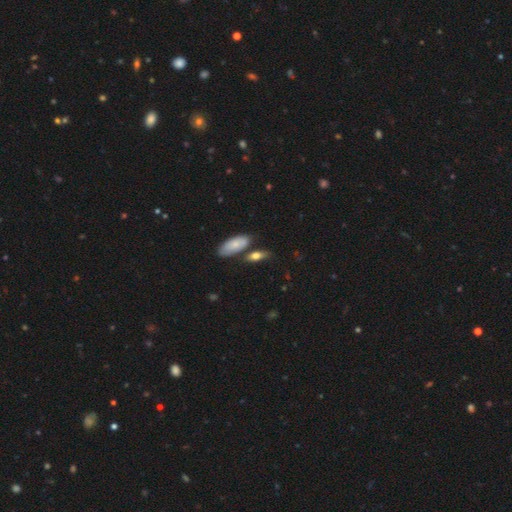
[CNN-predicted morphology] smooth_or_featured: smooth (p=0.70) [alt: featured or disk p=0.22]
how_rounded: in between (p=0.68) [alt: cigar-shaped p=0.24]
merging: none (p=0.67) [alt: merger p=0.15]